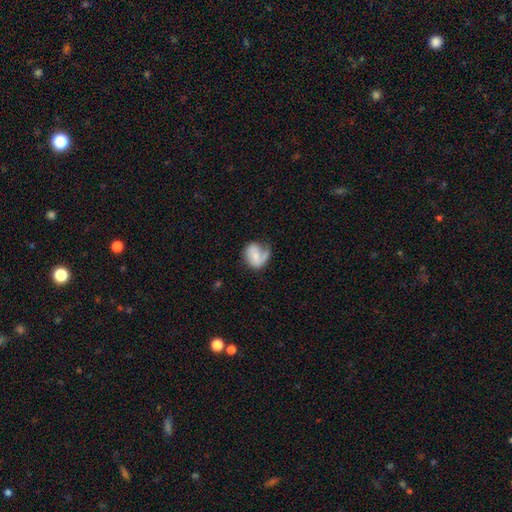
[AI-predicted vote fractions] Smooth or featured: featured or disk — 53% (smooth — 41%)
Edge-on disk: no — 97% (yes — 3%)
Bar: no — 58% (weak — 33%)
Spiral arms: yes — 80% (no — 20%)
Bulge size: small — 51% (moderate — 34%)
Merging: none — 43% (minor disturbance — 28%)